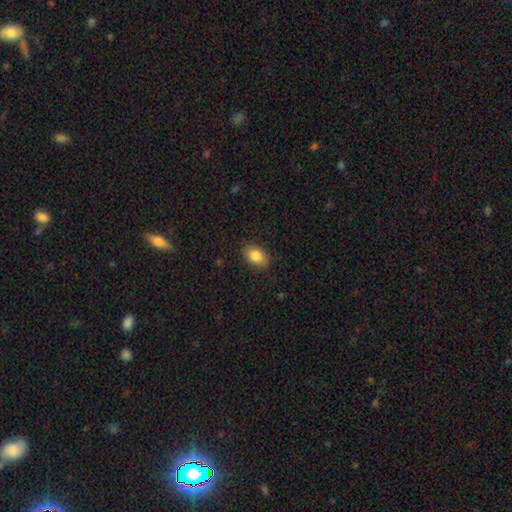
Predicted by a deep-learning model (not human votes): A smooth galaxy with no disk features (86%) that is in between round and cigar-shaped (86%).

Vote fractions:
- Smooth or featured? smooth: 86% / star or artifact: 8% / featured or disk: 7%
- How rounded? in between: 86% / round: 13% / cigar-shaped: 1%
- Merging? none: 87% / minor disturbance: 9% / major disturbance: 2% / merger: 1%